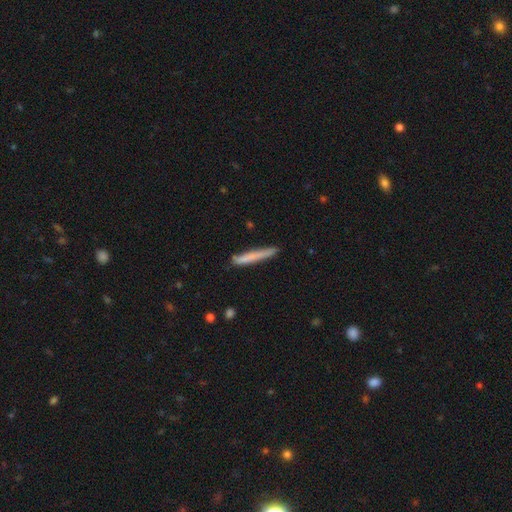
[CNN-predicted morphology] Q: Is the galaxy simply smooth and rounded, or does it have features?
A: smooth — 71%.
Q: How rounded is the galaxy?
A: cigar-shaped — 96%.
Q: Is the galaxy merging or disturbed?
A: none — 82%.